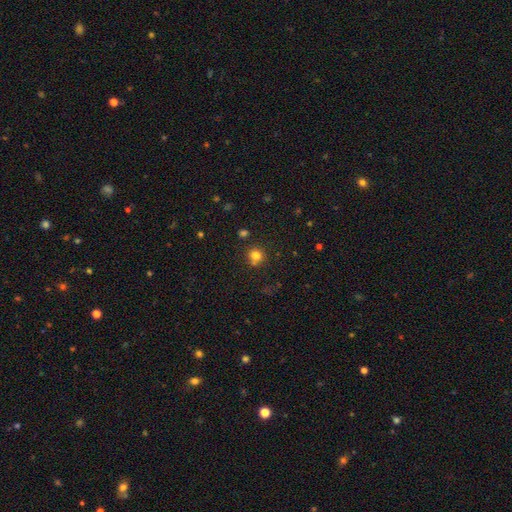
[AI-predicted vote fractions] smooth 77%, star or artifact 15%, featured or disk 8%. Down the decision tree: how rounded — round (88%); merging — none (71%).